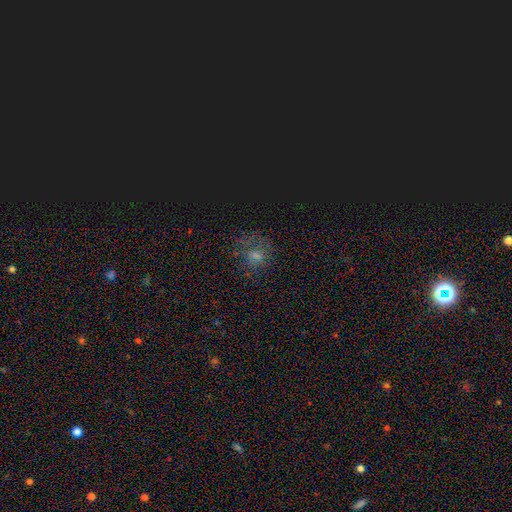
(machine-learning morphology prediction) Q: Smooth or featured?
A: star or artifact (46%); runner-up: smooth (36%)